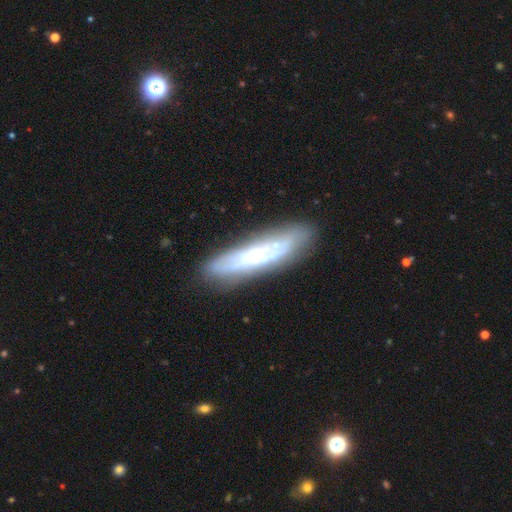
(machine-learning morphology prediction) smooth-or-featured: featured or disk: 59% | smooth: 33% | star or artifact: 8%
  disk-edge-on: no: 50% (tied) | yes: 50% (tied)
  merging: none: 76% | minor disturbance: 16% | major disturbance: 5% | merger: 3%